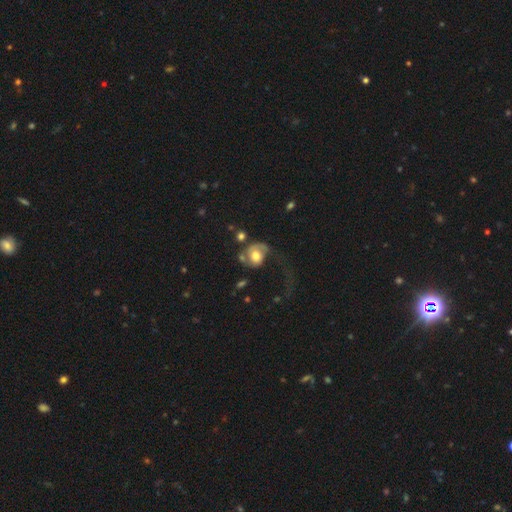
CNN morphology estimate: Q: Smooth or featured?
A: featured or disk (53%); runner-up: smooth (40%)
Q: Edge-on disk?
A: no (97%); runner-up: yes (3%)
Q: Bar?
A: no (77%); runner-up: weak (19%)
Q: Spiral arms?
A: yes (73%); runner-up: no (27%)
Q: Bulge size?
A: moderate (59%); runner-up: large (27%)
Q: Merging?
A: major disturbance (50%); runner-up: none (24%)